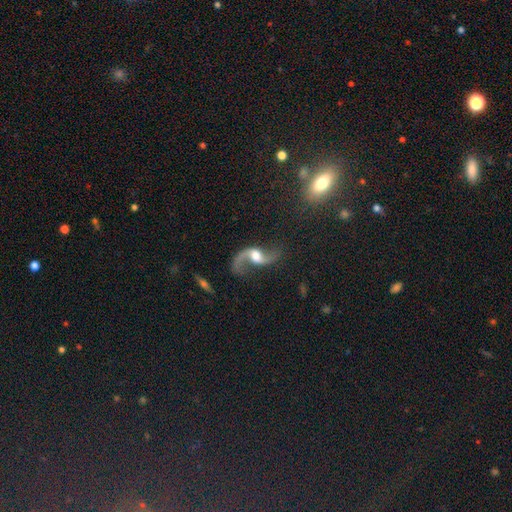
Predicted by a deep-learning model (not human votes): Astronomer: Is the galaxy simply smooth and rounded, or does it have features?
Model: featured or disk — 89%.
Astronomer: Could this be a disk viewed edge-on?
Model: no — 96%.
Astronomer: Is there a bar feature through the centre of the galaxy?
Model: no — 51% (runner-up: weak, 37%).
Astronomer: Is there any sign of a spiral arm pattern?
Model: yes — 97%.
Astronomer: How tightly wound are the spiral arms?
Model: loose — 88%.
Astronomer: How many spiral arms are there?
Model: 2 — 93%.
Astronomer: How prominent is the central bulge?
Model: moderate — 55%.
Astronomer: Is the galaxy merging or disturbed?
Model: none — 72%.